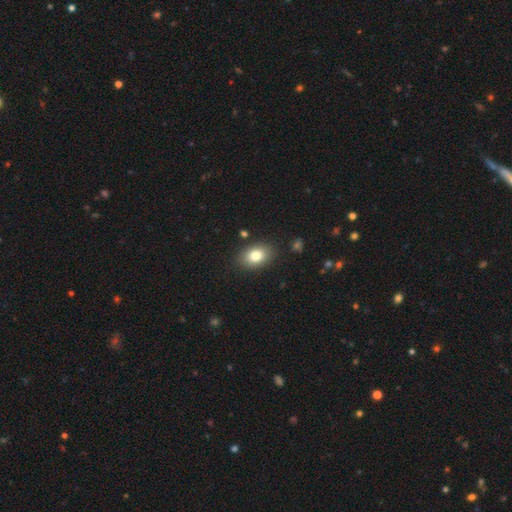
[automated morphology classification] Overall: smooth (81%). How rounded: in between (82%). Merging: none (87%).